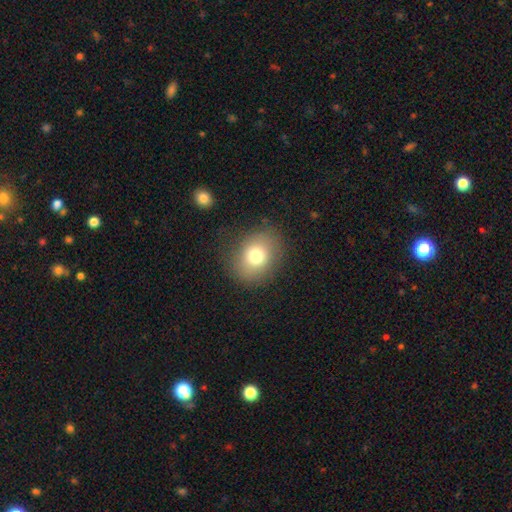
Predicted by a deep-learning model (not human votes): This is likely a smooth galaxy (76%). How rounded: possibly round (56%). Merging: likely none (79%).